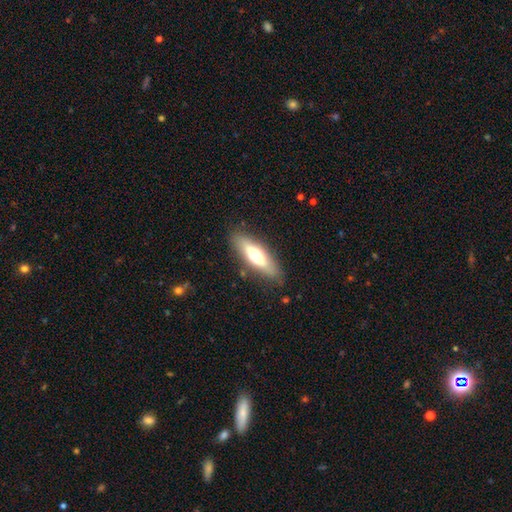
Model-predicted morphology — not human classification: Smooth or featured: smooth — 57% (featured or disk — 37%)
How rounded: cigar-shaped — 56% (in between — 42%)
Merging: none — 84% (minor disturbance — 12%)